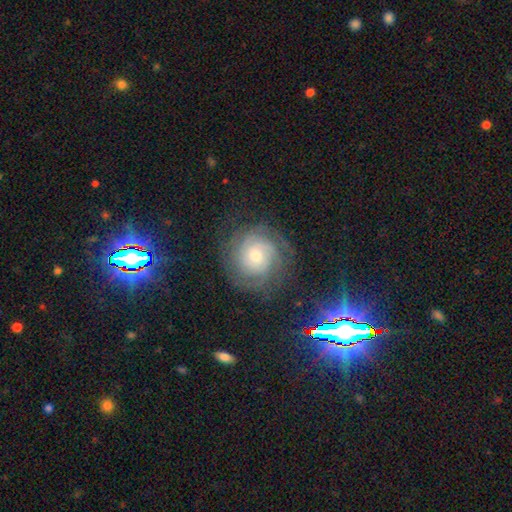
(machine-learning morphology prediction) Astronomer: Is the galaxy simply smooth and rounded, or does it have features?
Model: featured or disk — 78%.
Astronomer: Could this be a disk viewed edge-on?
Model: no — 98%.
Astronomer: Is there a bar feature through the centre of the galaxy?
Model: no — 74%.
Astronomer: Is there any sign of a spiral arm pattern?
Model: yes — 95%.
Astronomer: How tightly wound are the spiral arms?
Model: tight — 74%.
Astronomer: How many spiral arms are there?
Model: can't tell — 33% (runner-up: 3, 23%).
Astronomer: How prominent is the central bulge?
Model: moderate — 51% (runner-up: small, 42%).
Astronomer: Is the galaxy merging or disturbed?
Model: none — 76%.